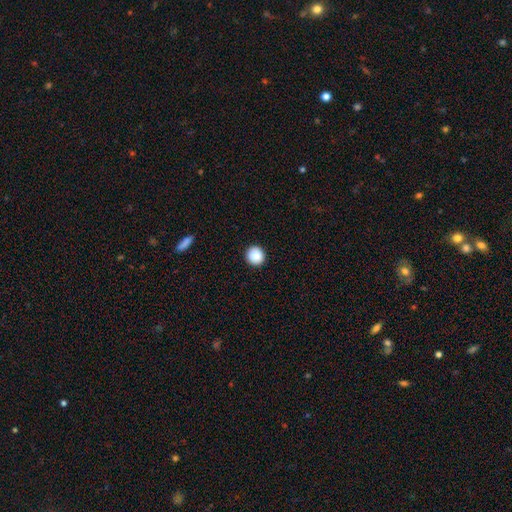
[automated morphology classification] This is clearly a smooth galaxy (87%). How rounded: clearly round (93%). Merging: clearly none (92%).